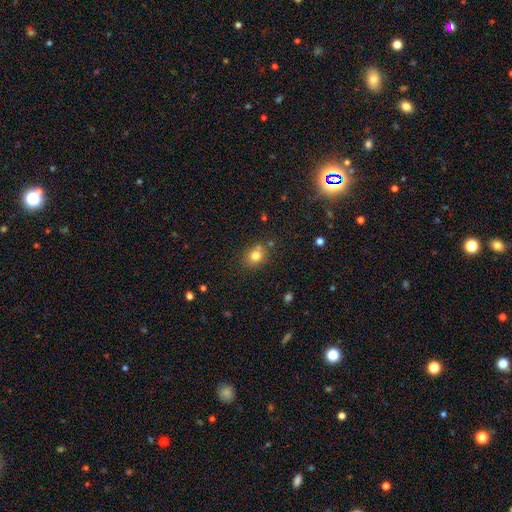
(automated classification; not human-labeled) This is likely a smooth galaxy (78%). How rounded: likely round (68%). Merging: likely none (71%).